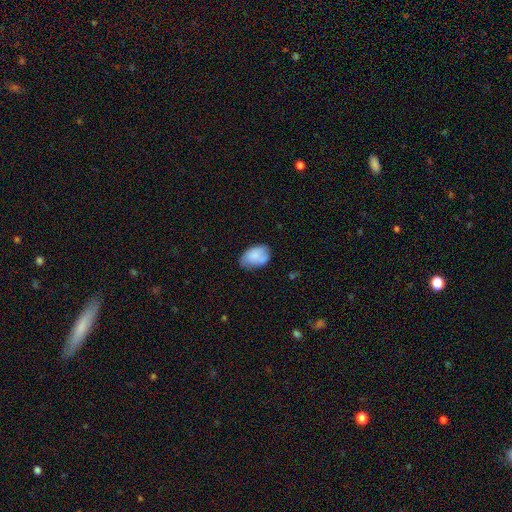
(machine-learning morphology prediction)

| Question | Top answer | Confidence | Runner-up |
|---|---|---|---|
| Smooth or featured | smooth | 77% | featured or disk (16%) |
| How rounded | in between | 87% | round (12%) |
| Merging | none | 56% | minor disturbance (33%) |